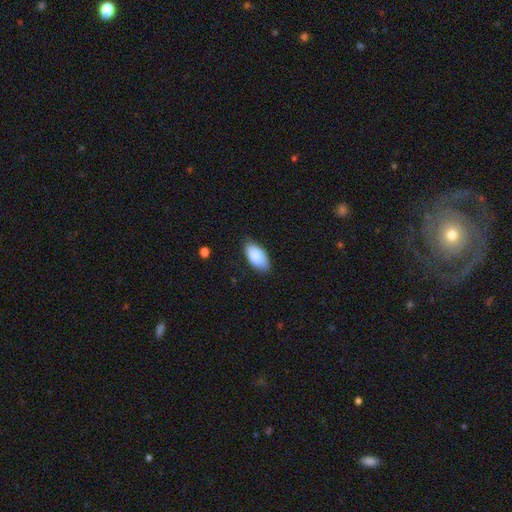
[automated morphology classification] A smooth galaxy with no disk features (87%) that is in between round and cigar-shaped (94%).

Vote fractions:
- Smooth or featured? smooth: 87% / featured or disk: 6% / star or artifact: 6%
- How rounded? in between: 94% / cigar-shaped: 4% / round: 2%
- Merging? none: 81% / minor disturbance: 16% / major disturbance: 3% / merger: 1%